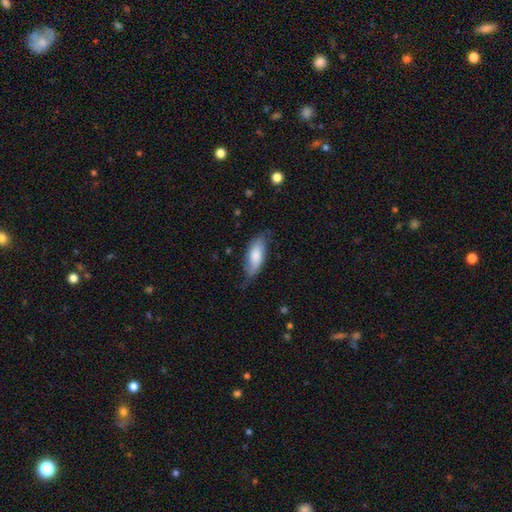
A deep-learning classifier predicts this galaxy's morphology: This appears to be a smooth galaxy with no disk features (71%) that is in between round and cigar-shaped (75%). Merging: none (63%).